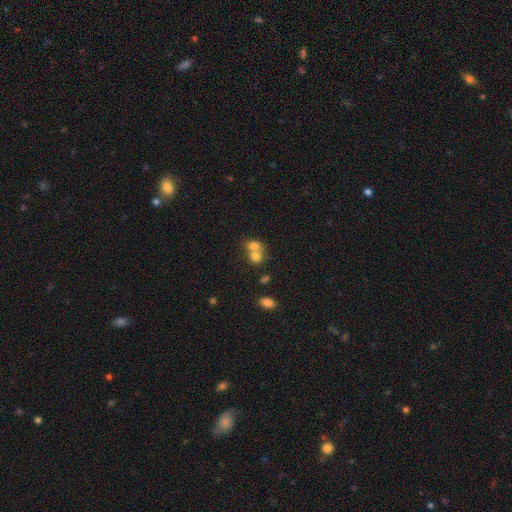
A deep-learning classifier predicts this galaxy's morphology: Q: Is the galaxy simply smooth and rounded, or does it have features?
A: smooth — 74%.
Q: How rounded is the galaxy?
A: round — 66%.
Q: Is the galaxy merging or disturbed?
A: merger — 65%.